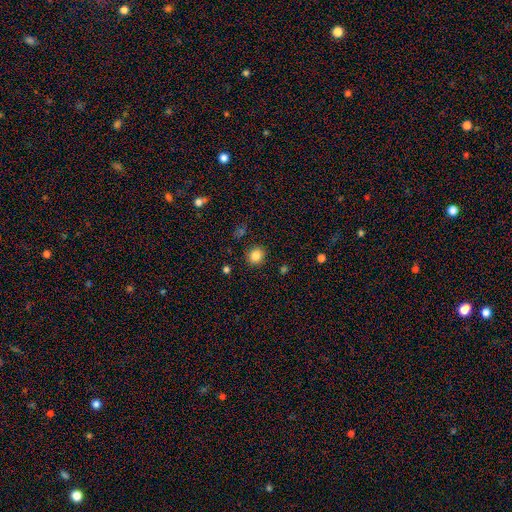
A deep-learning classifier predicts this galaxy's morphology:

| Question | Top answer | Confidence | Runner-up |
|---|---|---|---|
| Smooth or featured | smooth | 85% | star or artifact (11%) |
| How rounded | round | 83% | in between (16%) |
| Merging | none | 89% | minor disturbance (7%) |